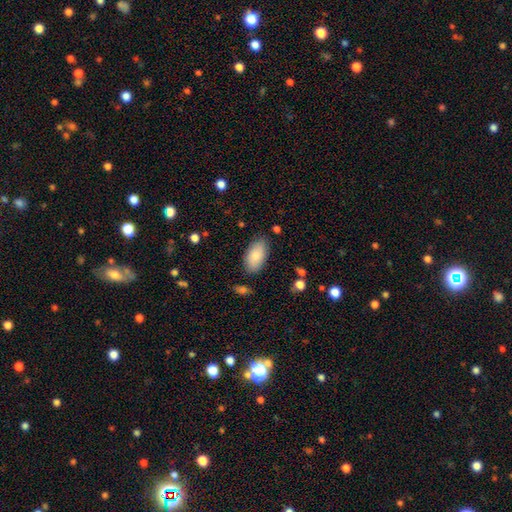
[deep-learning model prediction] This is clearly a smooth galaxy (84%). How rounded: clearly in between (94%). Merging: likely none (80%).